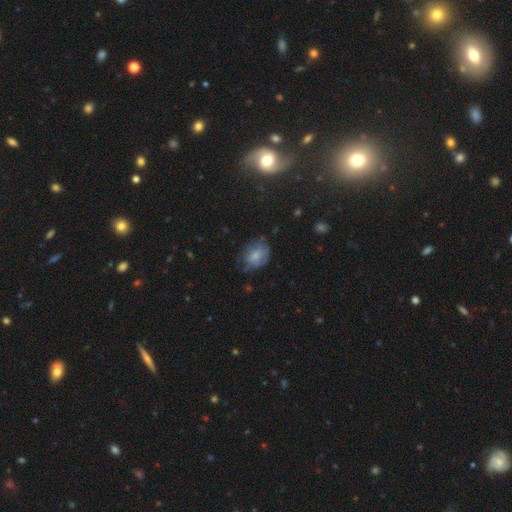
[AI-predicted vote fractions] Q: Smooth or featured?
A: smooth (71%); runner-up: featured or disk (20%)
Q: How rounded?
A: in between (66%); runner-up: round (33%)
Q: Merging?
A: none (54%); runner-up: minor disturbance (32%)